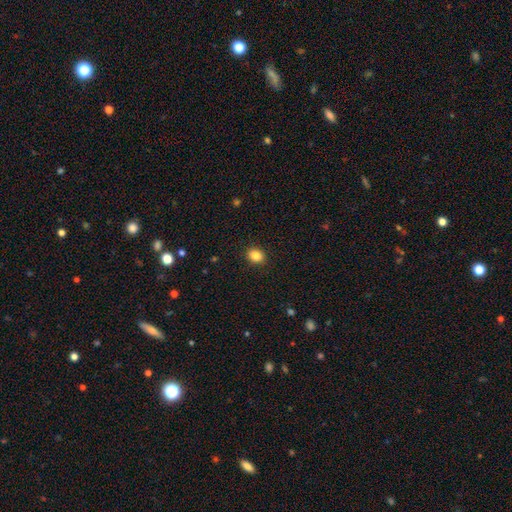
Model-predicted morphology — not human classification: Smooth or featured? smooth (86%)
How rounded? in between (56%)
Merging? none (90%)